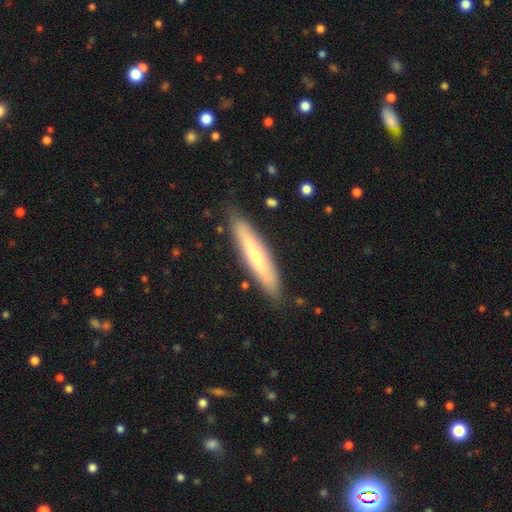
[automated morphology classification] smooth 50%, featured or disk 45%, star or artifact 6%. Down the decision tree: merging — none (84%).